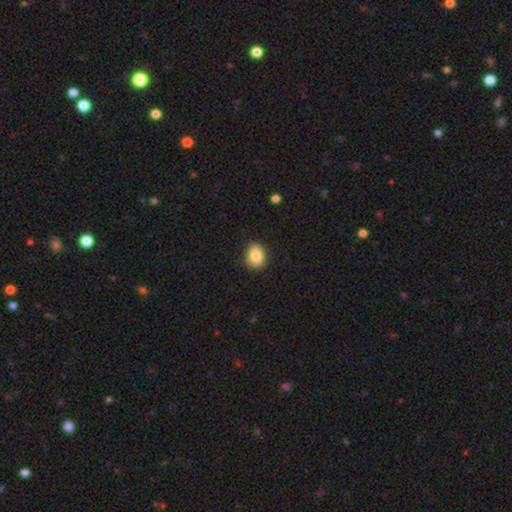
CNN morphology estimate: Smooth or featured? smooth (85%)
How rounded? in between (68%)
Merging? none (86%)